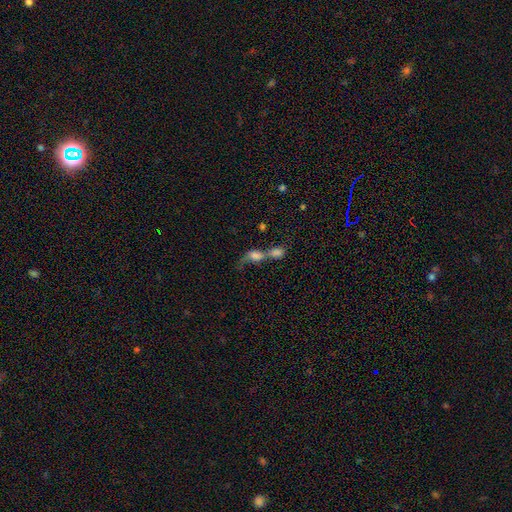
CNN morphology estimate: smooth-or-featured: smooth: 65% | featured or disk: 23% | star or artifact: 12%
  how-rounded: in between: 69% | round: 22% | cigar-shaped: 8%
  merging: merger: 78% | major disturbance: 9% | none: 9% | minor disturbance: 5%